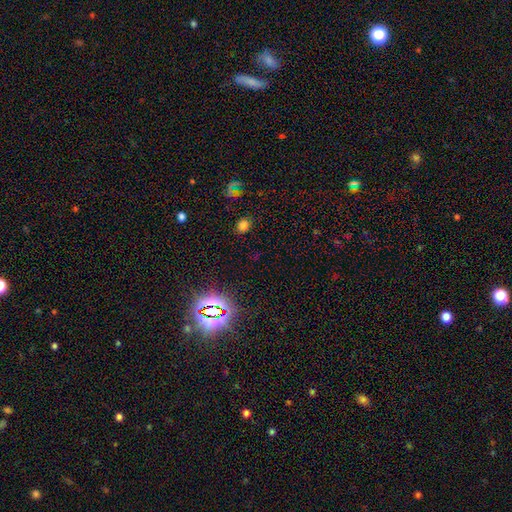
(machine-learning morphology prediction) Smooth or featured?
  - star or artifact: 53% *
  - smooth: 40%
  - featured or disk: 7%